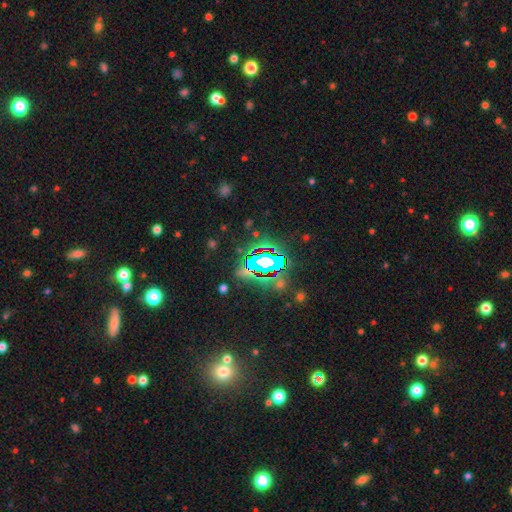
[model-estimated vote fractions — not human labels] Overall: star or artifact (82%).